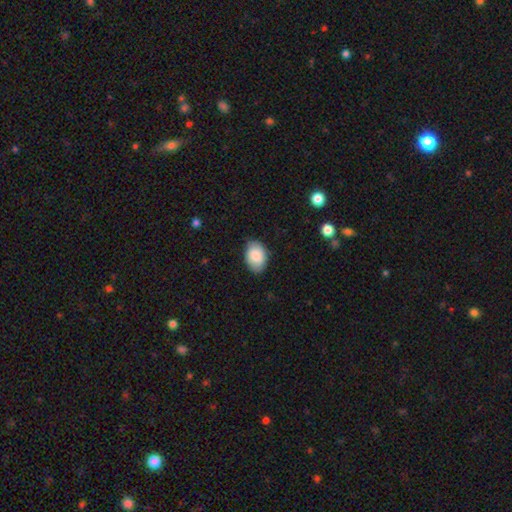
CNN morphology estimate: type=smooth (86%); roundness=in between (87%); merging=none (81%).